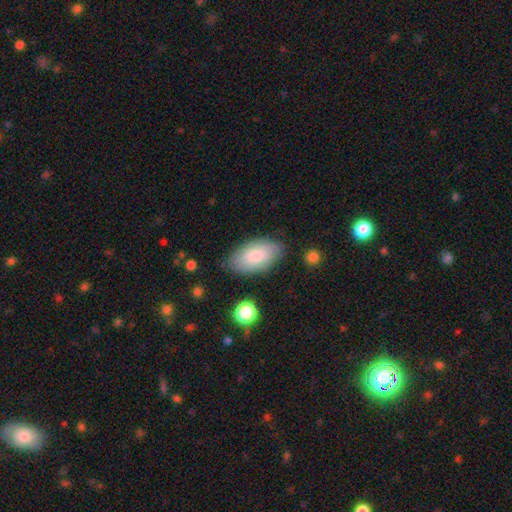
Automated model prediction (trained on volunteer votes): Overall: smooth (78%). How rounded: in between (95%). Merging: none (79%).